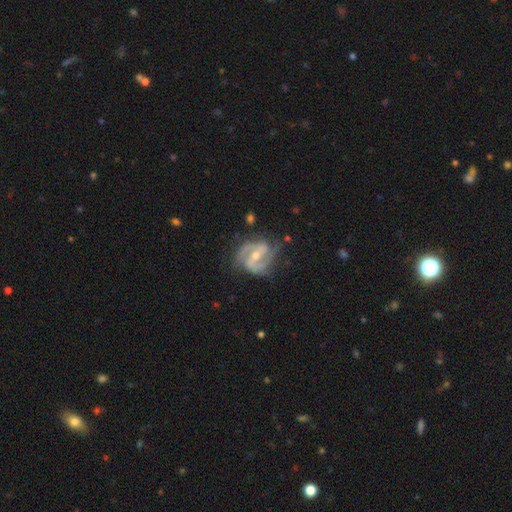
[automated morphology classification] Smooth or featured? featured or disk (91%)
Edge-on disk? no (98%)
Bar? weak (43%)
Spiral arms? yes (98%)
Spiral winding? medium (53%)
Spiral arm count? 2 (69%)
Bulge size? moderate (55%)
Merging? none (70%)